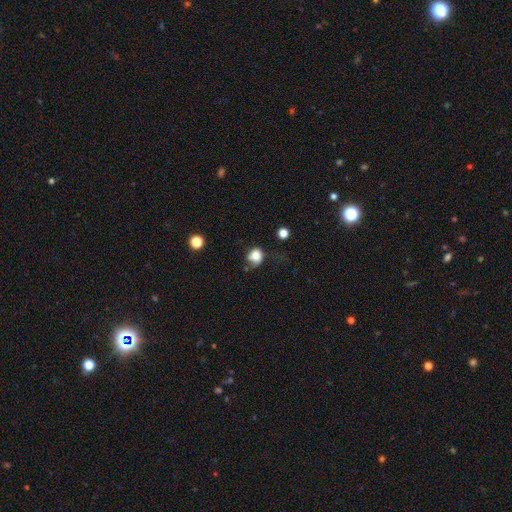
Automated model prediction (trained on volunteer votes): A smooth galaxy with no disk features (81%) that is round (65%).

Vote fractions:
- Smooth or featured? smooth: 81% / star or artifact: 10% / featured or disk: 9%
- How rounded? round: 65% / in between: 34% / cigar-shaped: 1%
- Merging? none: 40% / minor disturbance: 34% / major disturbance: 21% / merger: 5%